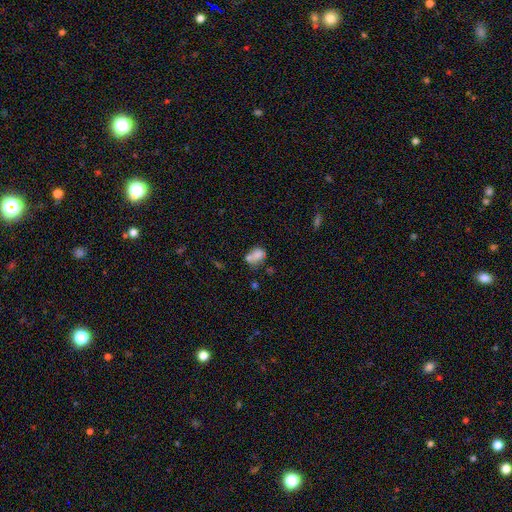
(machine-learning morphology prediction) Smooth or featured? smooth (73%)
How rounded? in between (66%)
Merging? none (37%)